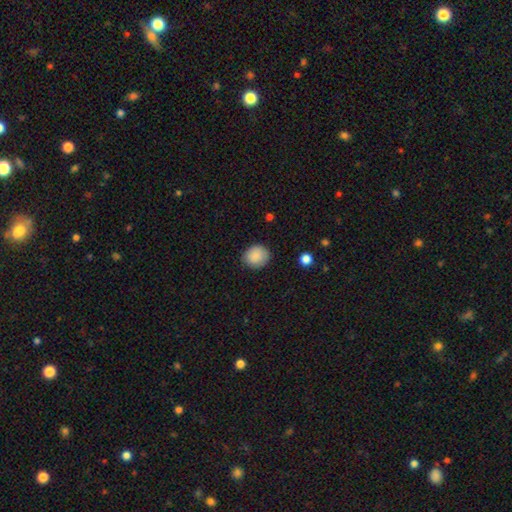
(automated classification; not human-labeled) A smooth galaxy with no disk features (88%) that is round (76%). Merging: none (84%).